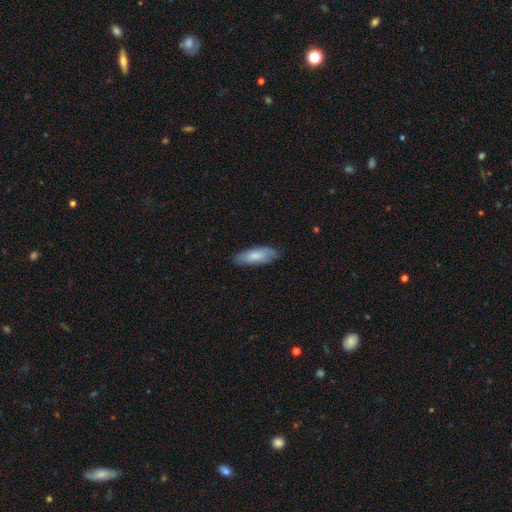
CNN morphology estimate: smooth 80%, featured or disk 15%, star or artifact 5%. Down the decision tree: how rounded — in between (68%); merging — none (82%).